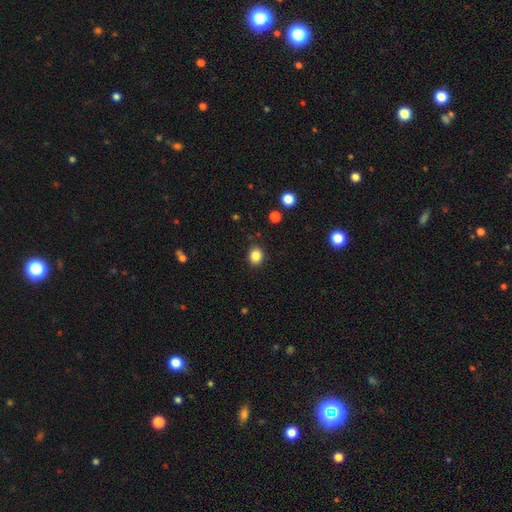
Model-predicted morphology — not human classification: The model was most divided on "how rounded": round: 68%, in between: 31%, cigar-shaped: 1%. More confident: merging — none (89%); smooth or featured — smooth (84%).